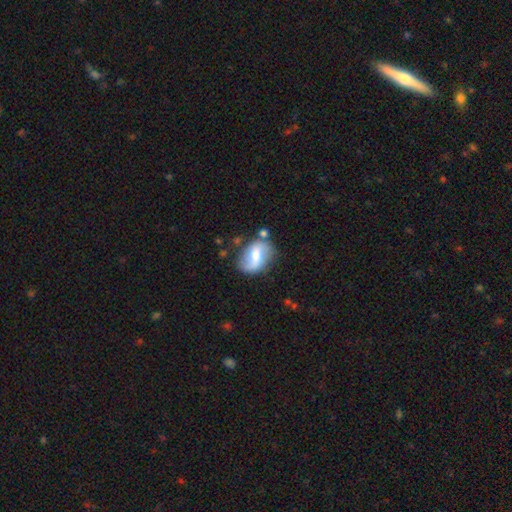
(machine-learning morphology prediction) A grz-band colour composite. It shows a featured or disk galaxy (59%) with a weak bar (47%), spiral arms (83%) and a moderate central bulge (48%). Merging: none (66%).